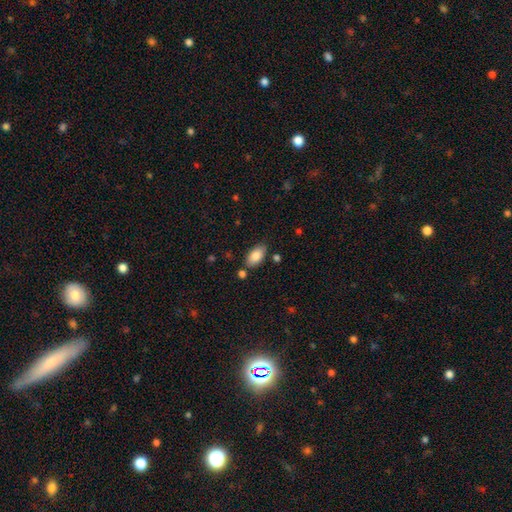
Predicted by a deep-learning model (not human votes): A smooth galaxy with no disk features (86%) that is in between round and cigar-shaped (94%).

Vote fractions:
- Smooth or featured? smooth: 86% / featured or disk: 7% / star or artifact: 7%
- How rounded? in between: 94% / cigar-shaped: 4% / round: 3%
- Merging? none: 79% / minor disturbance: 12% / merger: 6% / major disturbance: 3%